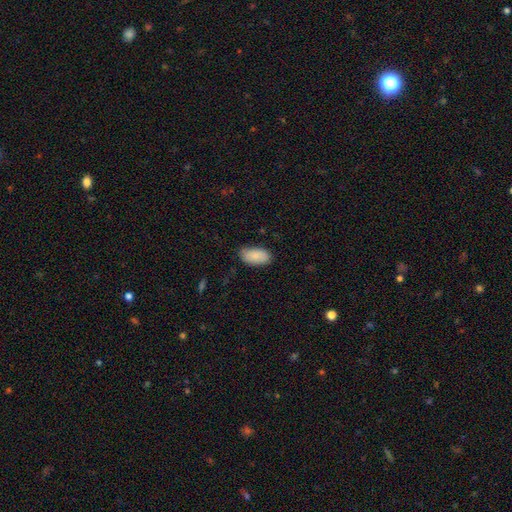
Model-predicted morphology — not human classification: A smooth galaxy with no disk features (88%) that is in between round and cigar-shaped (95%). Merging: none (78%).